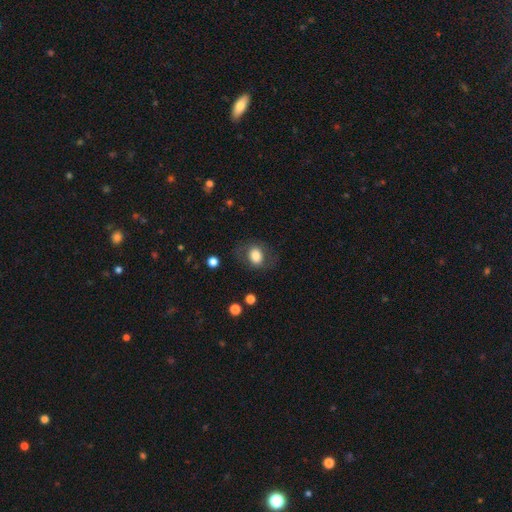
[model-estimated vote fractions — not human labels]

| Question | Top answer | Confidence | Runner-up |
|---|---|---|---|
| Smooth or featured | smooth | 78% | featured or disk (14%) |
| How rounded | in between | 55% | round (44%) |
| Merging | none | 73% | minor disturbance (16%) |